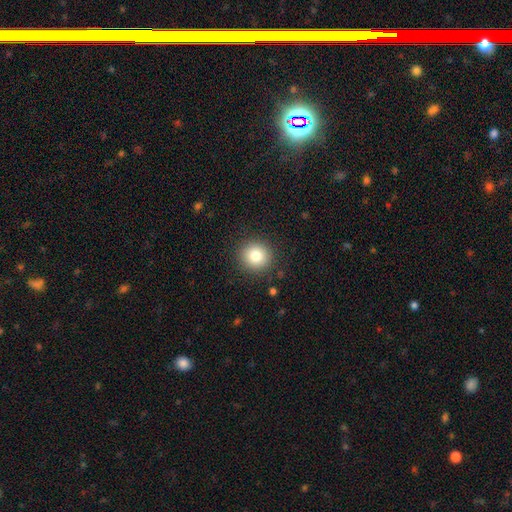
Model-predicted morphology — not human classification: type=smooth (81%); roundness=round (92%); merging=none (90%).